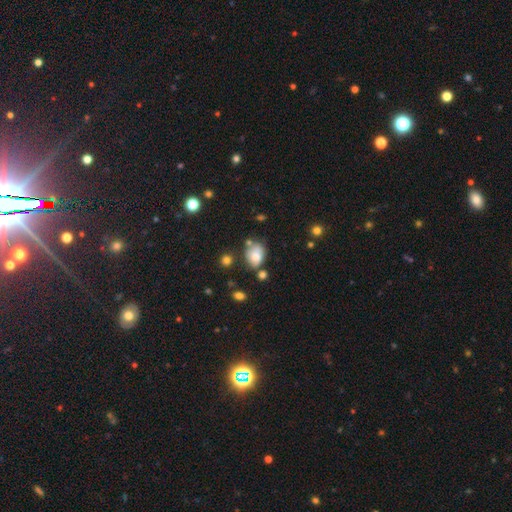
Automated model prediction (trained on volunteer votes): smooth 75%, featured or disk 14%, star or artifact 10%. Down the decision tree: how rounded — in between (65%); merging — none (54%).